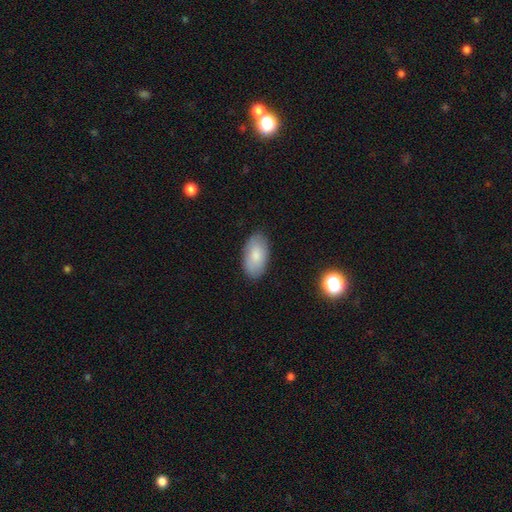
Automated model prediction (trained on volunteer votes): Smooth or featured? smooth (80%)
How rounded? in between (95%)
Merging? none (86%)